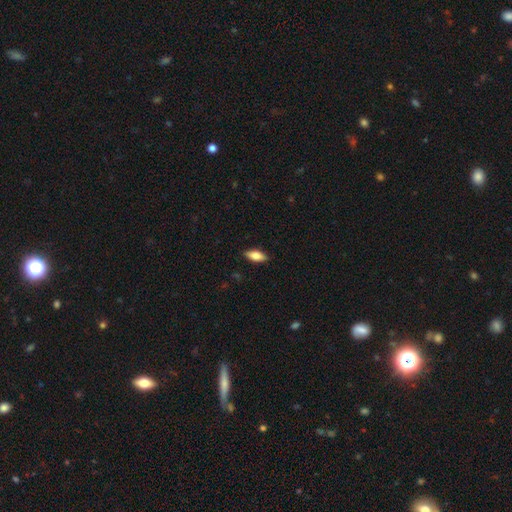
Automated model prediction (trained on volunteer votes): Overall: smooth (79%). How rounded: in between (84%). Merging: none (88%).